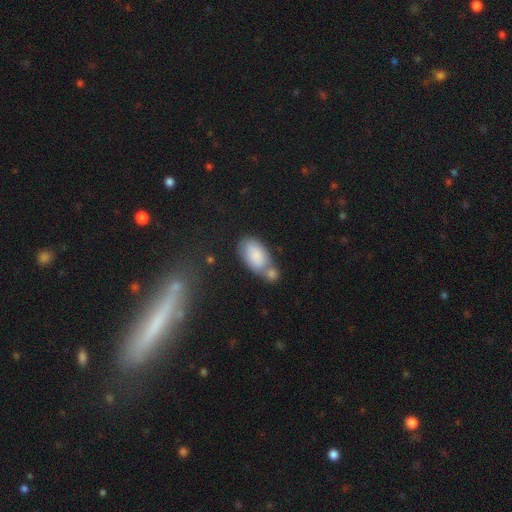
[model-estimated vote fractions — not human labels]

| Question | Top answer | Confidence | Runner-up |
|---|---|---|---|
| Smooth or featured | smooth | 82% | featured or disk (12%) |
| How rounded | in between | 93% | round (5%) |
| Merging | merger | 47% | none (31%) |